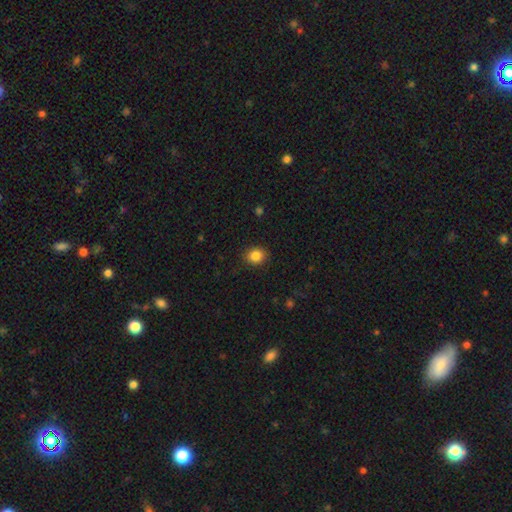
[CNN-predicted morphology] smooth 86%, star or artifact 10%, featured or disk 4%. Down the decision tree: how rounded — round (67%); merging — none (89%).